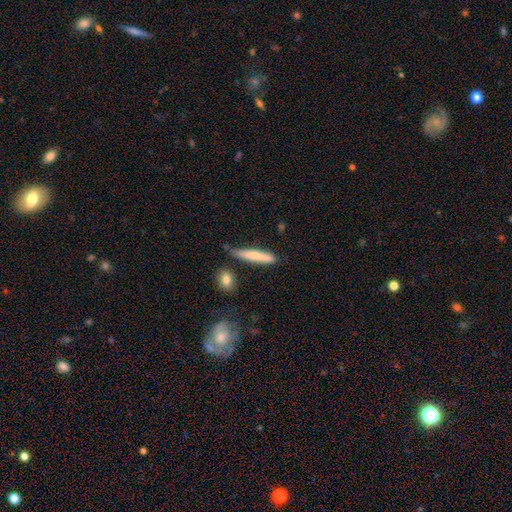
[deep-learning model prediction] Smooth or featured? smooth (71%)
How rounded? cigar-shaped (91%)
Merging? none (70%)